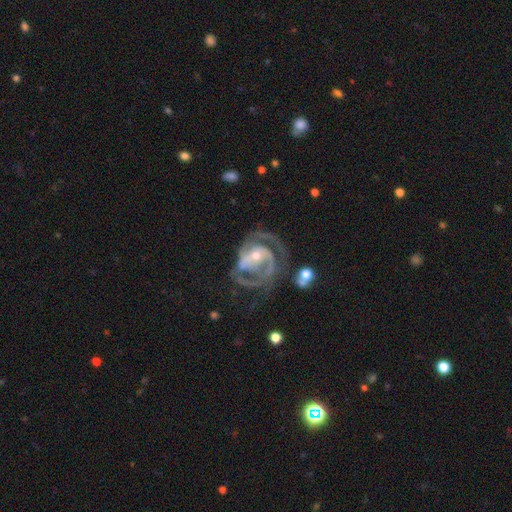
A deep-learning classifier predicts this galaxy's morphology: Q: Smooth or featured?
A: featured or disk (89%); runner-up: star or artifact (5%)
Q: Edge-on disk?
A: no (98%); runner-up: yes (2%)
Q: Bar?
A: no (47%); runner-up: weak (33%)
Q: Spiral arms?
A: yes (95%); runner-up: no (5%)
Q: Spiral winding?
A: medium (46%); runner-up: tight (42%)
Q: Spiral arm count?
A: 2 (49%); runner-up: 3 (22%)
Q: Bulge size?
A: small (61%); runner-up: moderate (35%)
Q: Merging?
A: none (49%); runner-up: major disturbance (27%)